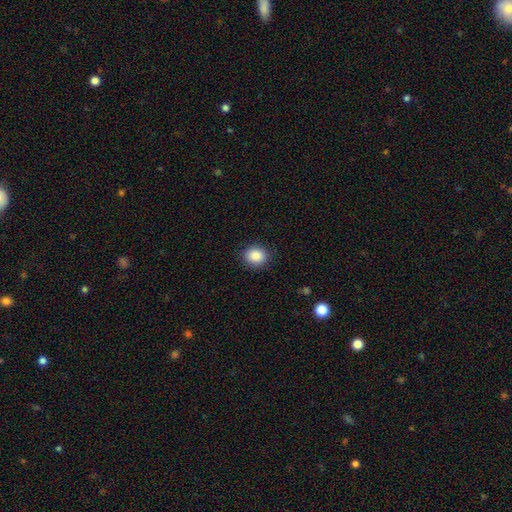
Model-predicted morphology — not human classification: smooth_or_featured: smooth (p=0.88) [alt: star or artifact p=0.08]
how_rounded: round (p=0.67) [alt: in between p=0.32]
merging: none (p=0.88) [alt: minor disturbance p=0.08]